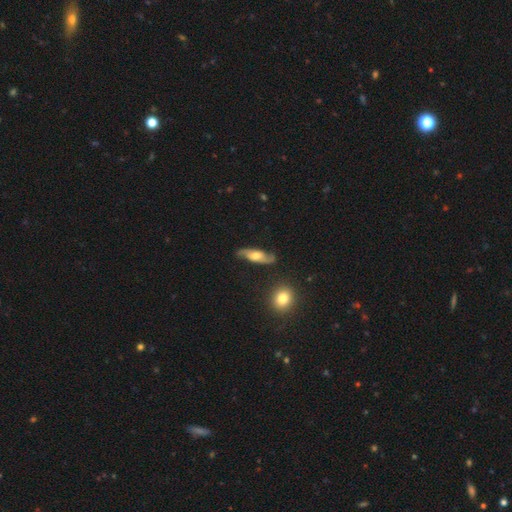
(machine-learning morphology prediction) This is likely a featured or disk galaxy (67%). It is likely not viewed edge-on (80%). Bar: likely no (60%). Spiral arm pattern: clearly yes (89%). Central bulge: likely moderate (63%). Merging: likely none (76%).